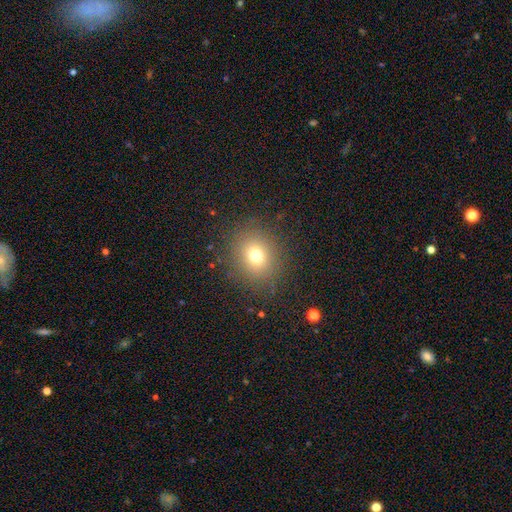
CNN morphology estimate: Overall: smooth (71%). How rounded: round (76%). Merging: none (86%).